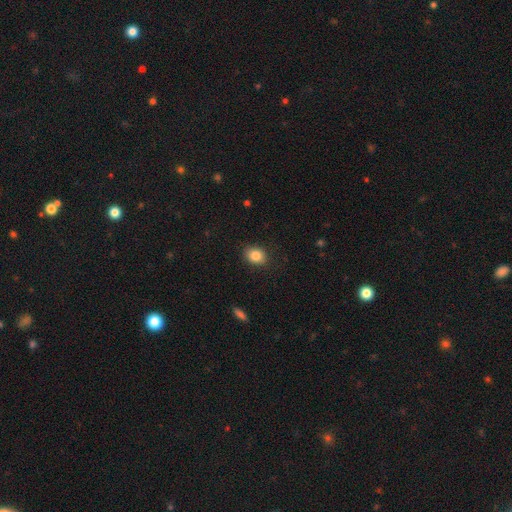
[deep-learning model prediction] Smooth or featured: smooth — 85% (star or artifact — 9%)
How rounded: in between — 51% (round — 48%)
Merging: none — 87% (minor disturbance — 10%)